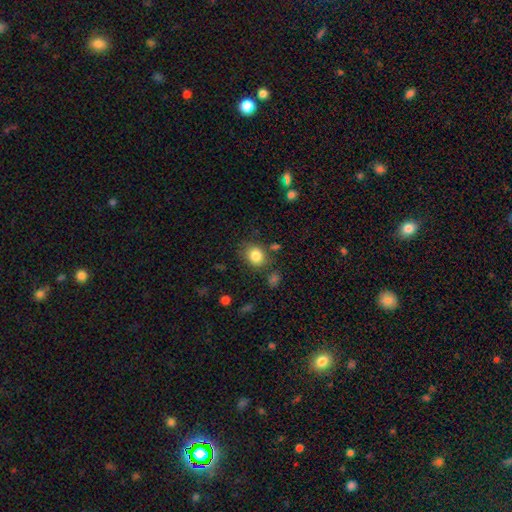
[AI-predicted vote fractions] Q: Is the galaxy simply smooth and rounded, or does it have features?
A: smooth — 84%.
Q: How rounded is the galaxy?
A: round — 62%.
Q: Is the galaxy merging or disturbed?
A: none — 75%.